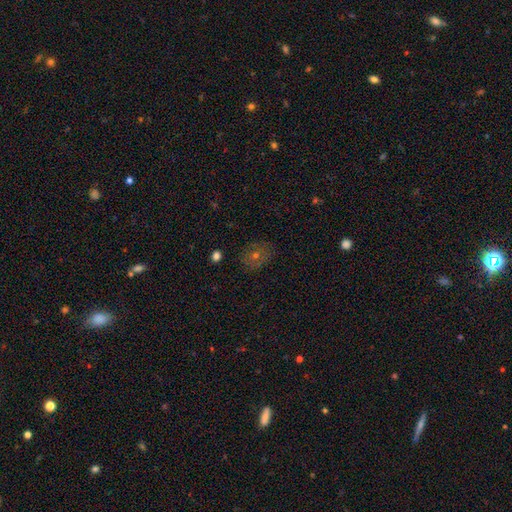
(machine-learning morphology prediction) smooth 52%, featured or disk 25%, star or artifact 22%. Down the decision tree: how rounded — round (55%); merging — none (80%).